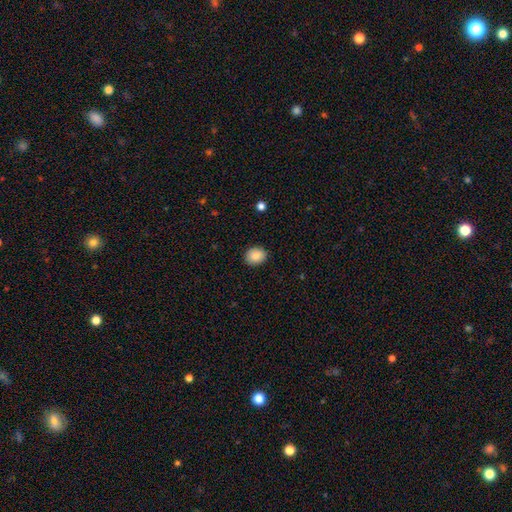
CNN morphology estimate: Q: Smooth or featured?
A: smooth (87%); runner-up: star or artifact (8%)
Q: How rounded?
A: round (53%); runner-up: in between (46%)
Q: Merging?
A: none (89%); runner-up: minor disturbance (8%)